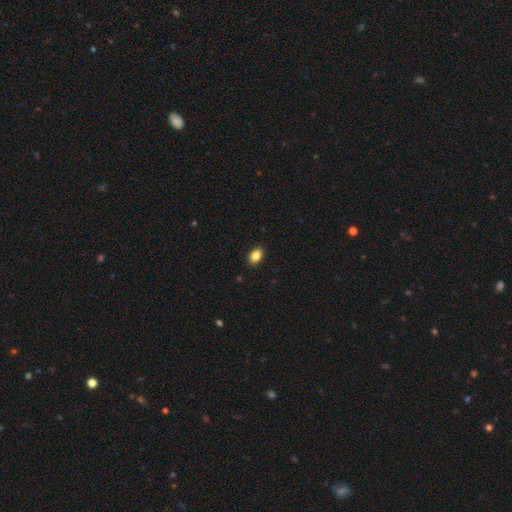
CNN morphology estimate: Smooth or featured? smooth (87%)
How rounded? in between (81%)
Merging? none (89%)